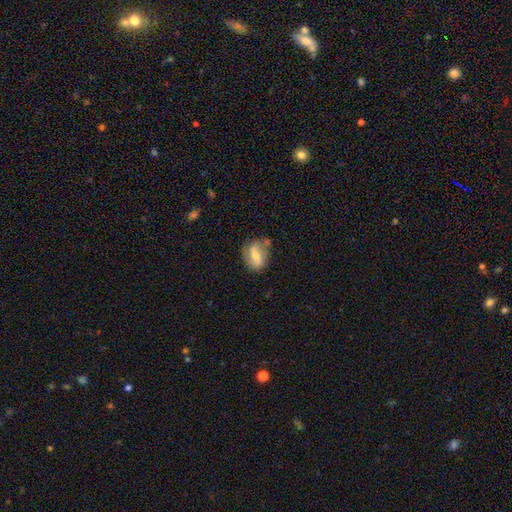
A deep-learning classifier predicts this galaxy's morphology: Q: Smooth or featured?
A: smooth (49%); runner-up: featured or disk (43%)
Q: Merging?
A: none (59%); runner-up: minor disturbance (25%)